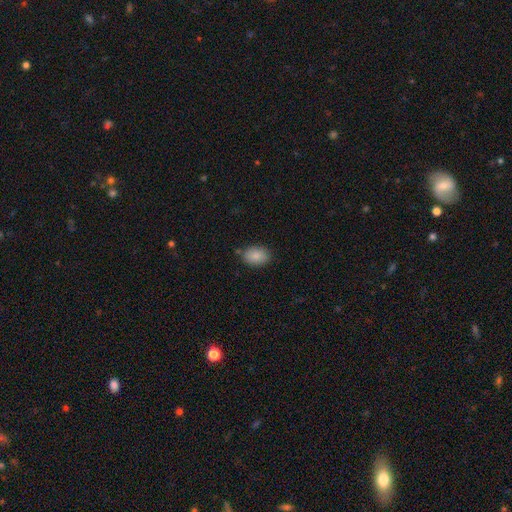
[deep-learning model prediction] Q: Smooth or featured?
A: smooth (86%); runner-up: star or artifact (8%)
Q: How rounded?
A: in between (82%); runner-up: round (17%)
Q: Merging?
A: none (80%); runner-up: minor disturbance (14%)